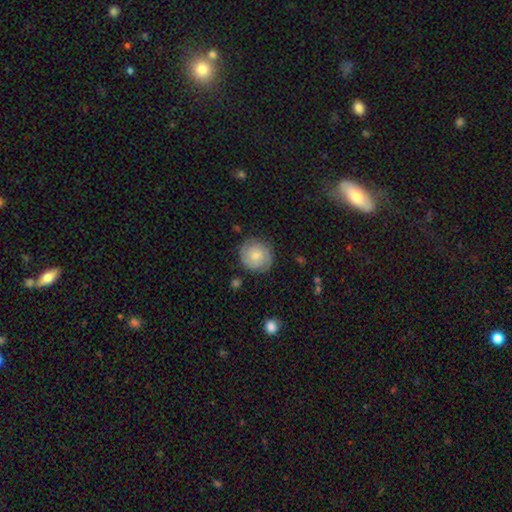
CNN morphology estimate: This appears to be a smooth galaxy with no disk features (50%). Merging: none (81%).